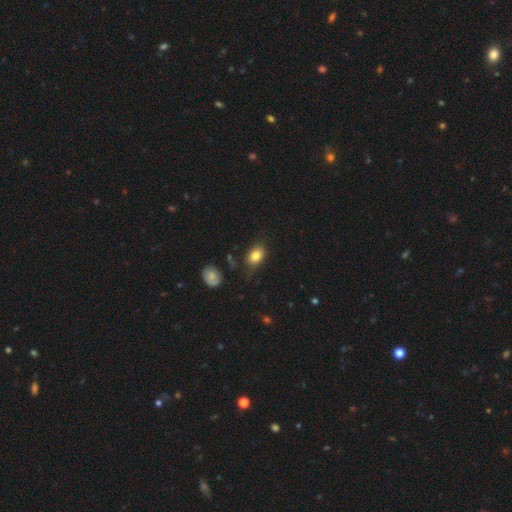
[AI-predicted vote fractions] Smooth or featured: smooth — 81% (star or artifact — 9%)
How rounded: in between — 79% (round — 20%)
Merging: none — 72% (minor disturbance — 20%)